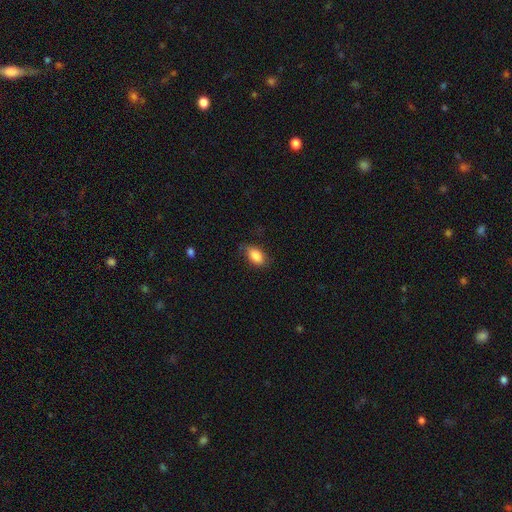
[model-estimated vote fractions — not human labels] smooth-or-featured: smooth: 86% | star or artifact: 7% | featured or disk: 7%
  how-rounded: in between: 90% | round: 5% | cigar-shaped: 4%
  merging: none: 76% | minor disturbance: 19% | major disturbance: 4% | merger: 1%